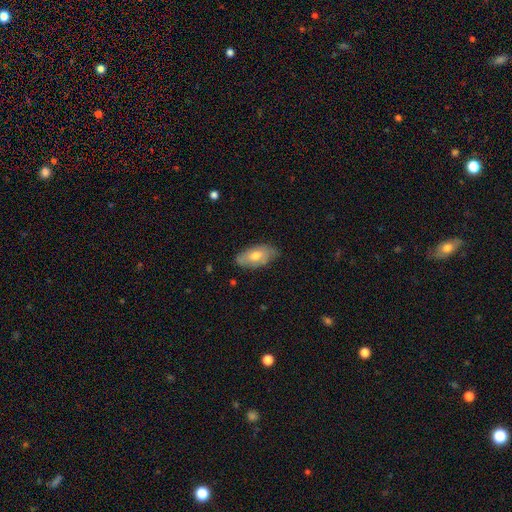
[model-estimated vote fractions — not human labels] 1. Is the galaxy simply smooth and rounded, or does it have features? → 61% smooth, 33% featured or disk, 6% star or artifact.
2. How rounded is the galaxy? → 91% in between, 6% cigar-shaped, 3% round.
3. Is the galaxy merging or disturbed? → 72% none, 23% minor disturbance, 4% major disturbance, 1% merger.